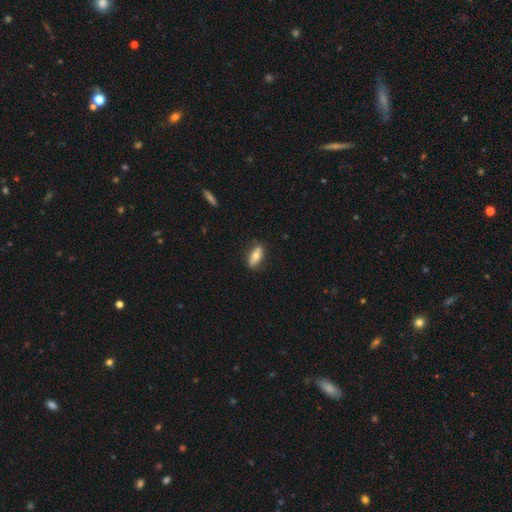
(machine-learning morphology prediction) The model was most divided on "smooth or featured": smooth: 66%, featured or disk: 27%, star or artifact: 6%. More confident: merging — none (81%); how rounded — in between (77%).